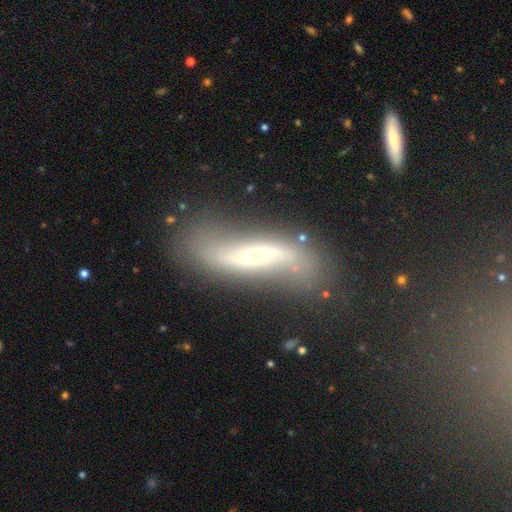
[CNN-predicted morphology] type=featured or disk (72%); edge-on=no (77%); bar=no (47%); spiral arms=yes (81%); bulge=small (63%); merging=none (65%).